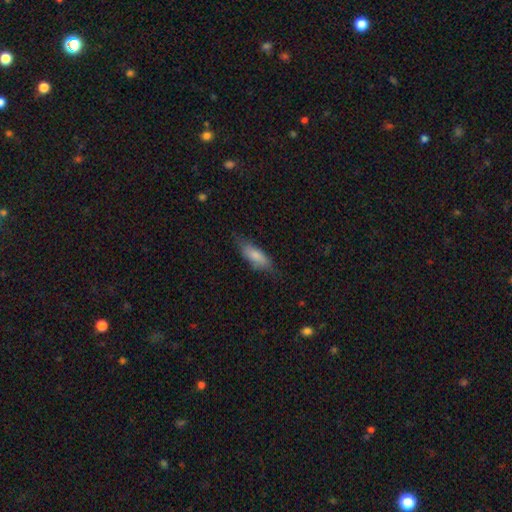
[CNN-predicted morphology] Q: Smooth or featured?
A: smooth (78%); runner-up: featured or disk (15%)
Q: How rounded?
A: in between (69%); runner-up: cigar-shaped (29%)
Q: Merging?
A: none (65%); runner-up: minor disturbance (26%)